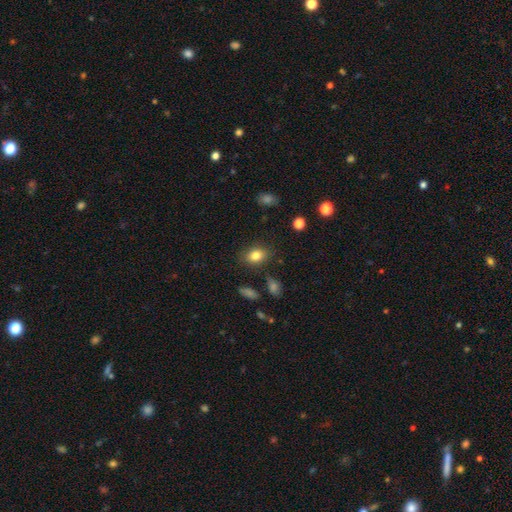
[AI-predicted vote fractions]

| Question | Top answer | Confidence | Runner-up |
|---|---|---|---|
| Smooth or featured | smooth | 82% | star or artifact (9%) |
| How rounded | in between | 75% | round (24%) |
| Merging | none | 81% | minor disturbance (12%) |